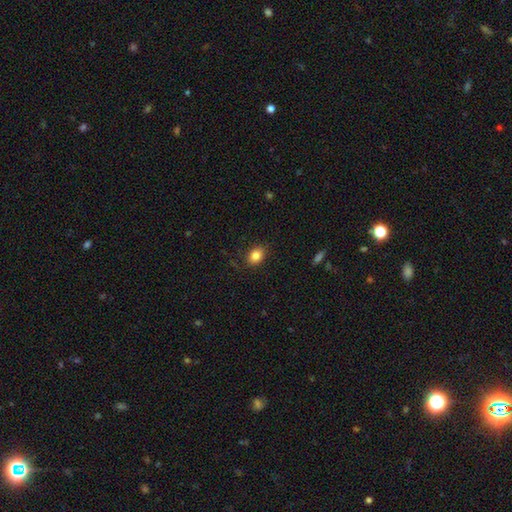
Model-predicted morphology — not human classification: Smooth or featured?
  - smooth: 84% *
  - star or artifact: 10%
  - featured or disk: 6%
How rounded?
  - in between: 62% *
  - round: 37%
  - cigar-shaped: 1%
Merging?
  - none: 83% *
  - minor disturbance: 13%
  - major disturbance: 3%
  - merger: 1%